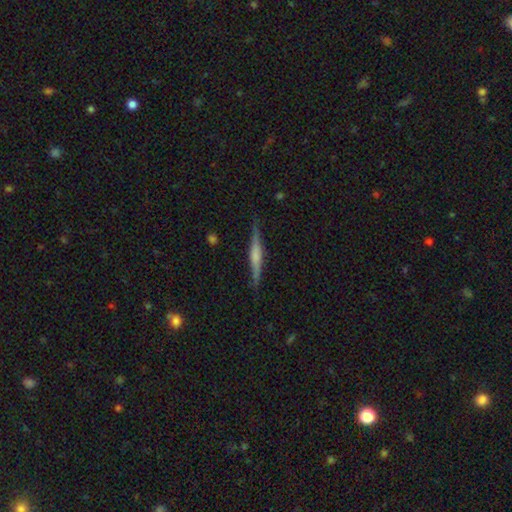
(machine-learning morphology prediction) type=featured or disk (62%); edge-on=yes (97%); edge-on bulge=rounded (48%); merging=none (86%).